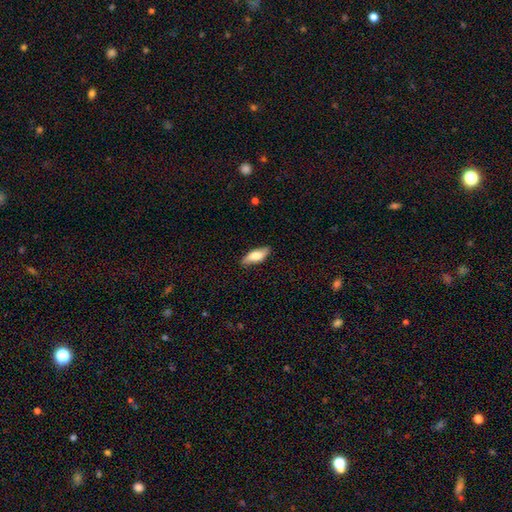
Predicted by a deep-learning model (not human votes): smooth_or_featured: smooth (p=0.67) [alt: featured or disk p=0.26]
how_rounded: in between (p=0.69) [alt: cigar-shaped p=0.28]
merging: none (p=0.82) [alt: minor disturbance p=0.14]